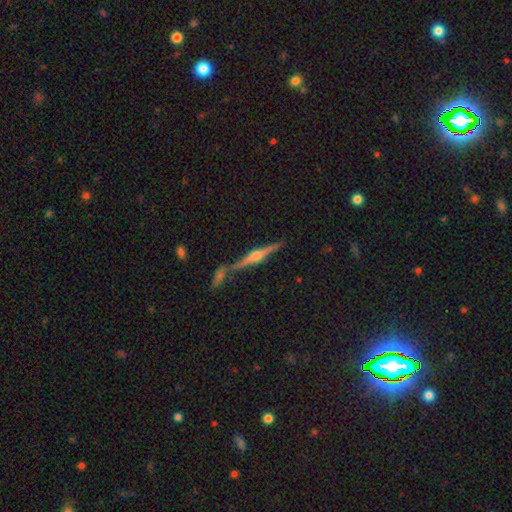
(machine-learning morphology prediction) type=featured or disk (84%); edge-on=yes (98%); edge-on bulge=rounded (88%); merging=none (77%).